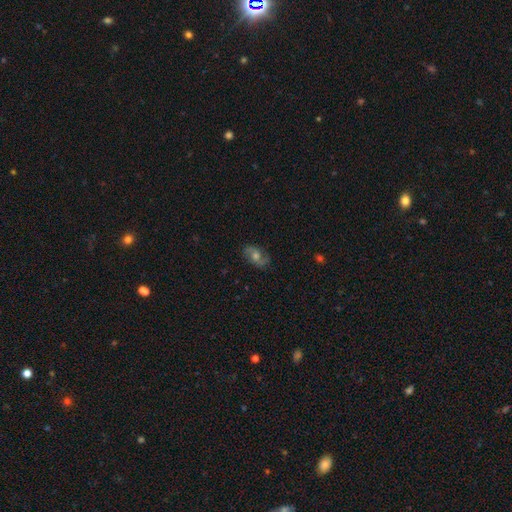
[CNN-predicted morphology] This is likely a featured or disk galaxy (75%). It is clearly not viewed edge-on (96%). Bar: likely no (61%). Spiral arm pattern: clearly yes (94%). Spiral arm count: clearly 2 (90%). Spiral winding: possibly medium (48%). Central bulge: likely moderate (65%). Merging: clearly none (81%).